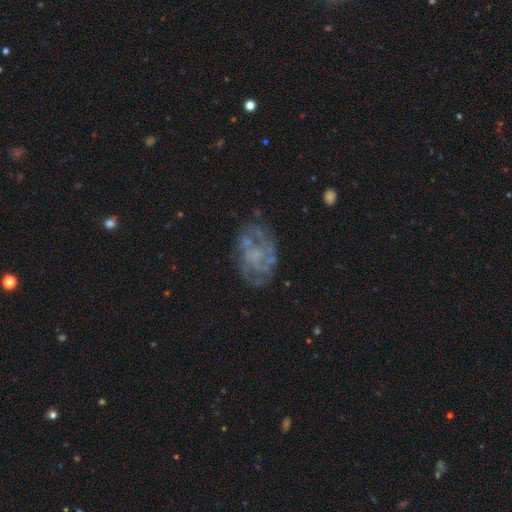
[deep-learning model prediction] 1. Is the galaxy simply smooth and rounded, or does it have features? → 76% featured or disk, 15% smooth, 9% star or artifact.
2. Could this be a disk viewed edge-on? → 97% no, 3% yes.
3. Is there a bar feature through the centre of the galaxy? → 75% no, 20% weak, 4% strong.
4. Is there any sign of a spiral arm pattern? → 67% yes, 33% no.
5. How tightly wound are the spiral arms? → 40% tight, 39% medium, 20% loose.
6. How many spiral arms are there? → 44% can't tell, 22% 2, 17% 3, 7% 4, 5% 1, 5% more than 4.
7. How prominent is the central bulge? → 61% none, 20% small, 14% moderate, 3% large, 1% dominant.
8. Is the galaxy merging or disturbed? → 64% none, 19% minor disturbance, 14% major disturbance, 3% merger.